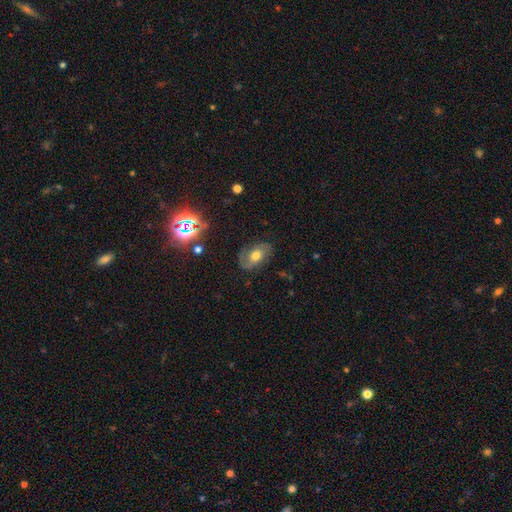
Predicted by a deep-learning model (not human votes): Overall: featured or disk (49%; smooth 39%). Merging: none (74%).